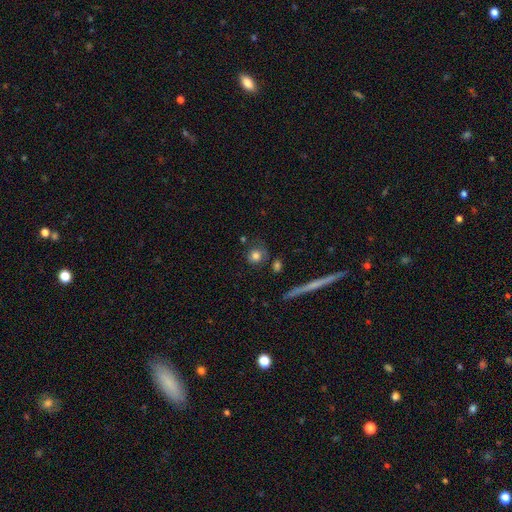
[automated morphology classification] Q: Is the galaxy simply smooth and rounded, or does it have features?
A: smooth — 77%.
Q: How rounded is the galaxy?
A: round — 83%.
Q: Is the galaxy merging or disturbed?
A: none — 73%.